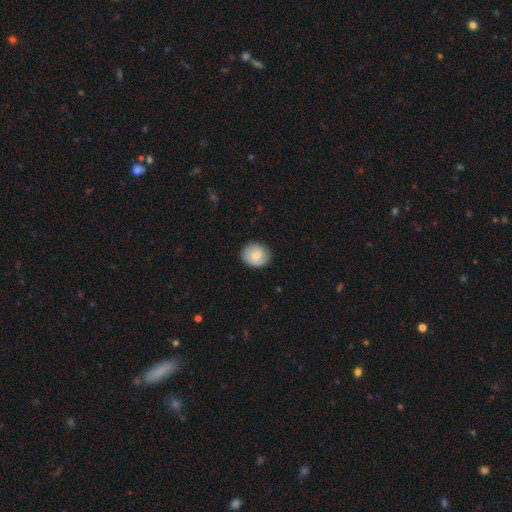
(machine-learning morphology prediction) smooth_or_featured: smooth (p=0.69) [alt: featured or disk p=0.24]
how_rounded: round (p=0.75) [alt: in between p=0.24]
merging: none (p=0.84) [alt: minor disturbance p=0.13]